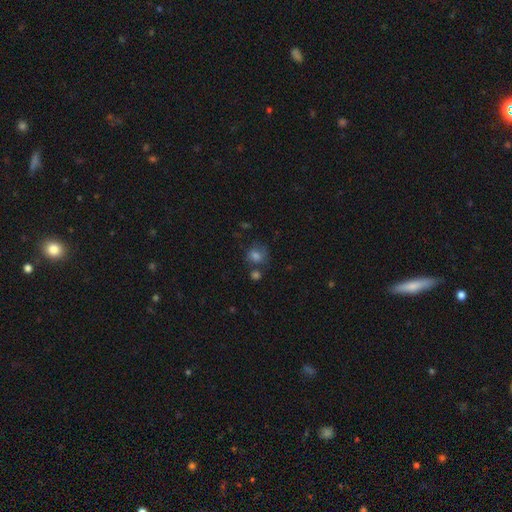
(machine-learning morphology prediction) Smooth or featured?
  - smooth: 68% *
  - featured or disk: 16%
  - star or artifact: 16%
How rounded?
  - round: 73% *
  - in between: 26%
  - cigar-shaped: 1%
Merging?
  - none: 52% *
  - minor disturbance: 20%
  - merger: 15%
  - major disturbance: 12%